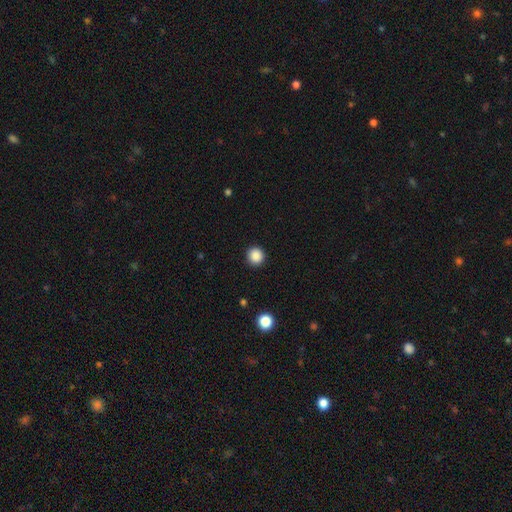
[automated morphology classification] type=smooth (87%); roundness=round (95%); merging=none (92%).